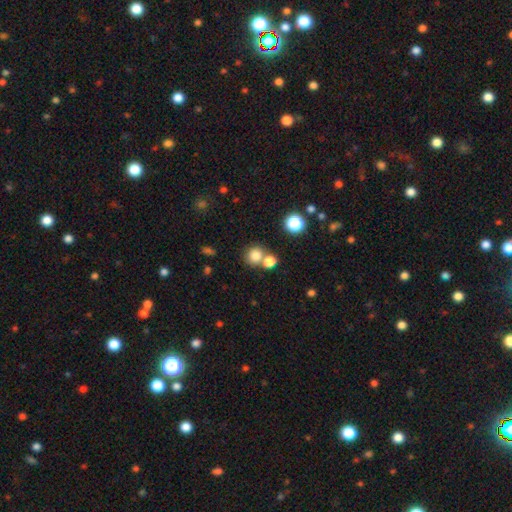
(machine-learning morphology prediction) Q: Smooth or featured?
A: smooth (79%); runner-up: star or artifact (14%)
Q: How rounded?
A: round (88%); runner-up: in between (11%)
Q: Merging?
A: none (64%); runner-up: merger (25%)